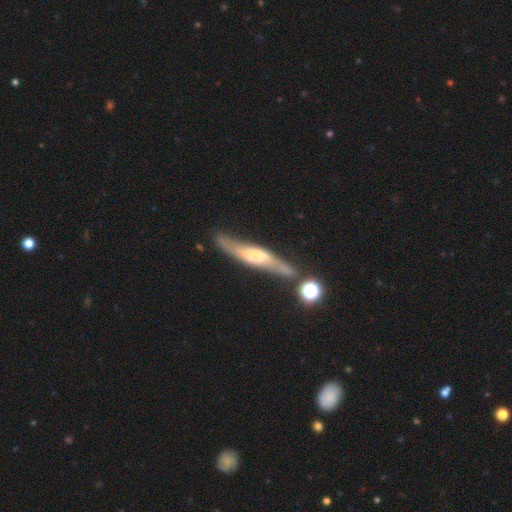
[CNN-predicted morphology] The model was most divided on "smooth or featured": featured or disk: 62%, smooth: 31%, star or artifact: 7%. More confident: edge-on disk — yes (69%); merging — none (65%).